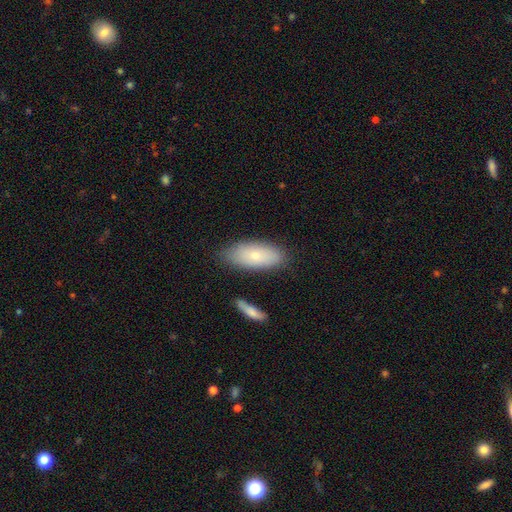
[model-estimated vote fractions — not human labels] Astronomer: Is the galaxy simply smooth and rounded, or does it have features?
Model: smooth — 71%.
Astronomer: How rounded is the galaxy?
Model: in between — 84%.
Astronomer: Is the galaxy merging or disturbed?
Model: none — 79%.